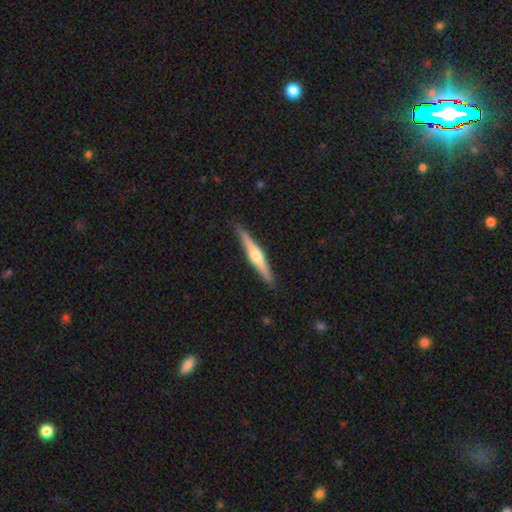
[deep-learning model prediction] smooth_or_featured: featured or disk (p=0.68) [alt: smooth p=0.27]
disk_edge_on: yes (p=0.97) [alt: no p=0.03]
edge_on_bulge: rounded (p=0.89) [alt: none p=0.07]
merging: none (p=0.90) [alt: minor disturbance p=0.07]